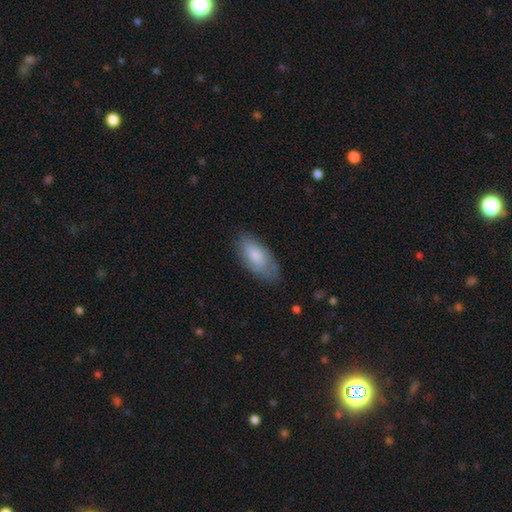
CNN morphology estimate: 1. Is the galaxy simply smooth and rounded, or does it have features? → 76% smooth, 18% featured or disk, 6% star or artifact.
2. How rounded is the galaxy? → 89% in between, 8% cigar-shaped, 2% round.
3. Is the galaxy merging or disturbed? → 71% none, 23% minor disturbance, 5% major disturbance, 1% merger.